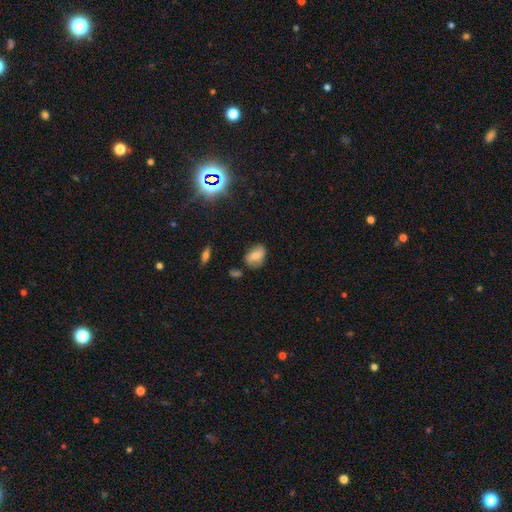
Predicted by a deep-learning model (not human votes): Smooth or featured? smooth (69%)
How rounded? in between (80%)
Merging? none (72%)